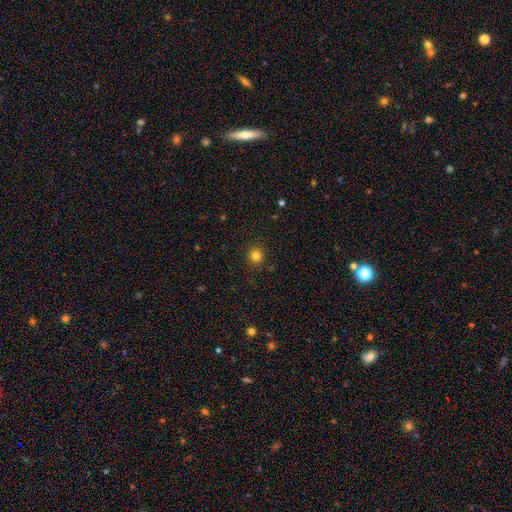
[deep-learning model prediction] Smooth or featured?
  - smooth: 82% *
  - star or artifact: 14%
  - featured or disk: 5%
How rounded?
  - round: 91% *
  - in between: 8%
  - cigar-shaped: 1%
Merging?
  - none: 91% *
  - minor disturbance: 6%
  - major disturbance: 2%
  - merger: 1%